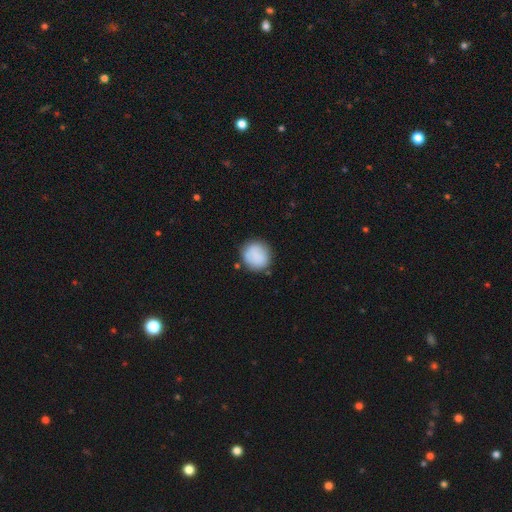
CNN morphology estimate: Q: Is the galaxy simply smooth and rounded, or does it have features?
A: smooth — 85%.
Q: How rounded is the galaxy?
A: round — 88%.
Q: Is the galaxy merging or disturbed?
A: none — 78%.